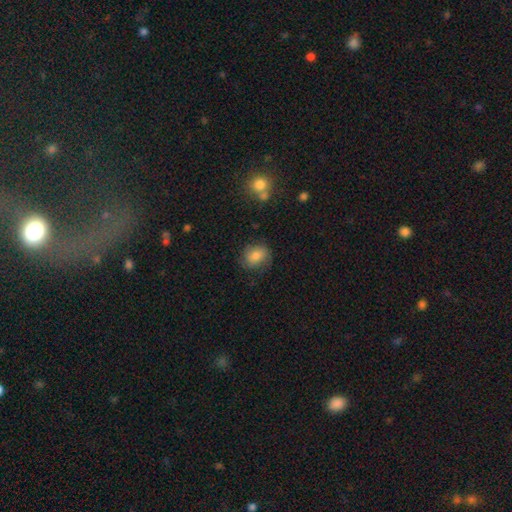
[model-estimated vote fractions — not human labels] Smooth or featured: smooth — 77% (featured or disk — 14%)
How rounded: round — 53% (in between — 46%)
Merging: none — 73% (minor disturbance — 19%)